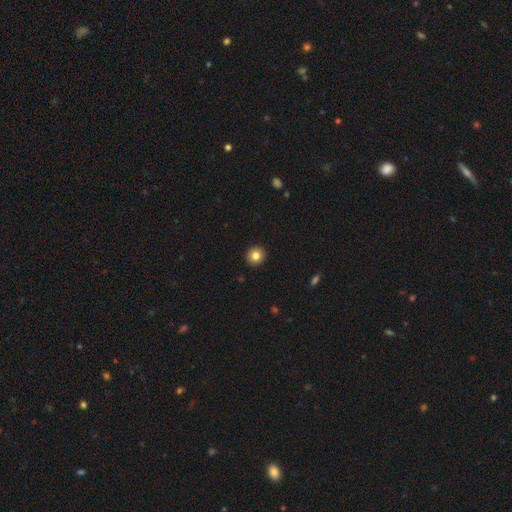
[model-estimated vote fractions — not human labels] Smooth or featured?
  - smooth: 83% *
  - star or artifact: 10%
  - featured or disk: 7%
How rounded?
  - round: 93% *
  - in between: 6%
  - cigar-shaped: 1%
Merging?
  - none: 93% *
  - minor disturbance: 4%
  - major disturbance: 1%
  - merger: 1%